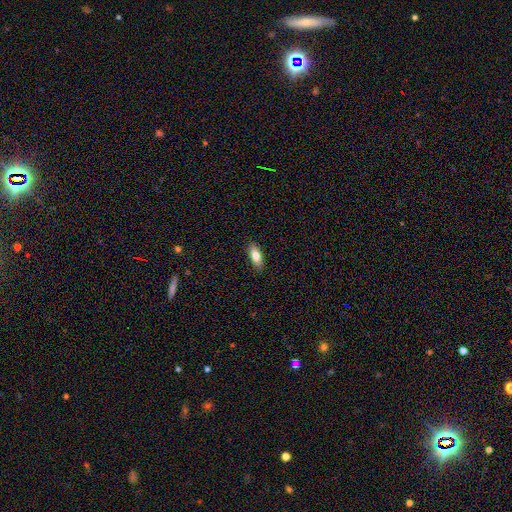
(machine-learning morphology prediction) Smooth or featured?
  - smooth: 81% *
  - featured or disk: 12%
  - star or artifact: 6%
How rounded?
  - in between: 78% *
  - cigar-shaped: 20%
  - round: 2%
Merging?
  - none: 88% *
  - minor disturbance: 9%
  - major disturbance: 2%
  - merger: 1%